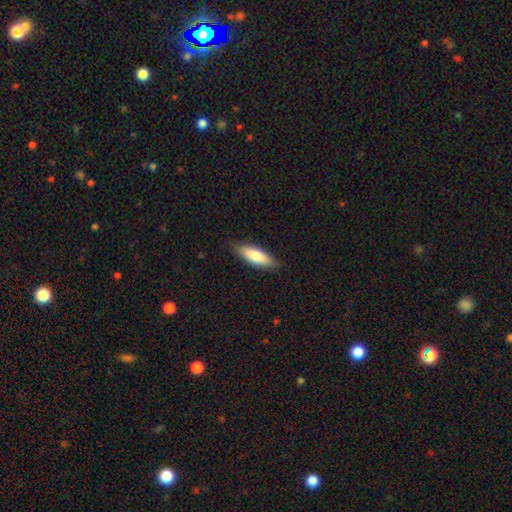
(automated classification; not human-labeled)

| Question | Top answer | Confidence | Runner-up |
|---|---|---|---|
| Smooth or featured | smooth | 77% | featured or disk (18%) |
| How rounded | in between | 56% | cigar-shaped (43%) |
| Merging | none | 86% | minor disturbance (11%) |